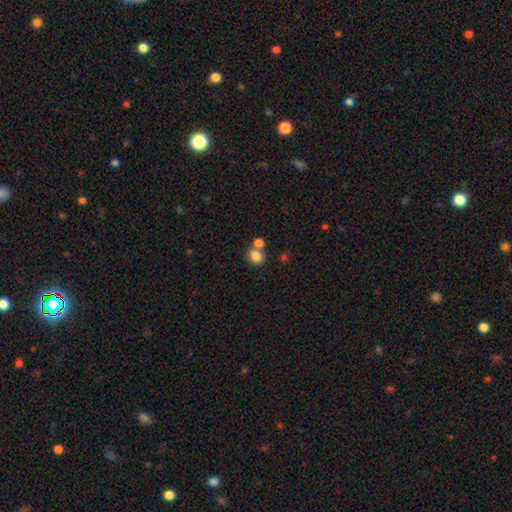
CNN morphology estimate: smooth 83%, star or artifact 11%, featured or disk 7%. Down the decision tree: how rounded — round (71%); merging — none (55%).